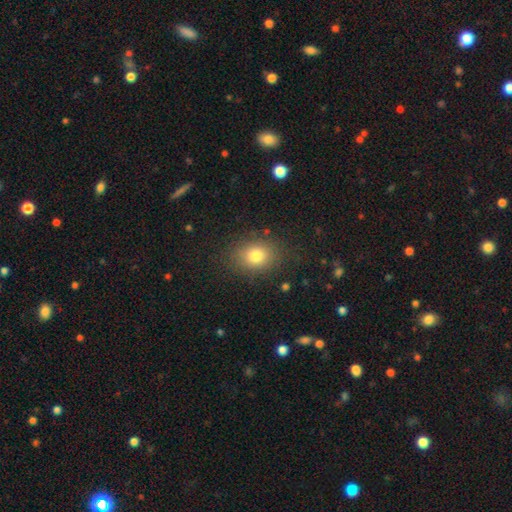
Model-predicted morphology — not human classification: This appears to be a smooth galaxy with no disk features (80%) that is in between round and cigar-shaped (58%). Merging: none (82%).